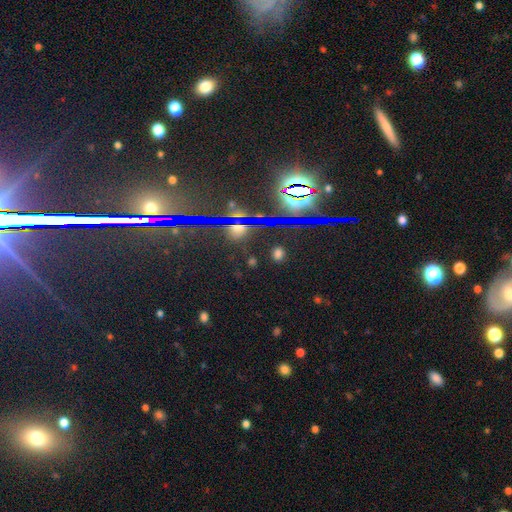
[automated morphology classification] The model was most divided on "smooth or featured": star or artifact: 83%, featured or disk: 10%, smooth: 7%.